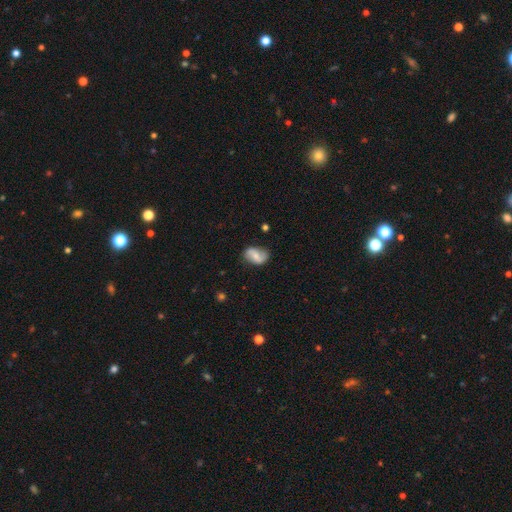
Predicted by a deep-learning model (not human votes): smooth_or_featured: featured or disk (p=0.55) [alt: smooth p=0.38]
disk_edge_on: no (p=0.97) [alt: yes p=0.03]
bar: weak (p=0.42) [alt: no p=0.39]
has_spiral_arms: yes (p=0.86) [alt: no p=0.14]
bulge_size: small (p=0.49) [alt: moderate p=0.38]
merging: none (p=0.72) [alt: minor disturbance p=0.20]